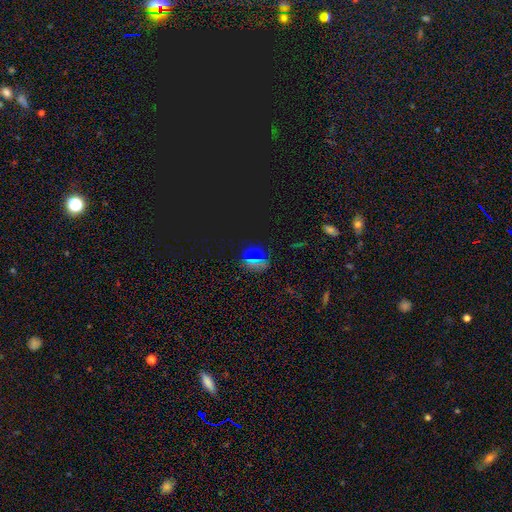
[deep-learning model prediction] star or artifact 53%, smooth 39%, featured or disk 7%.